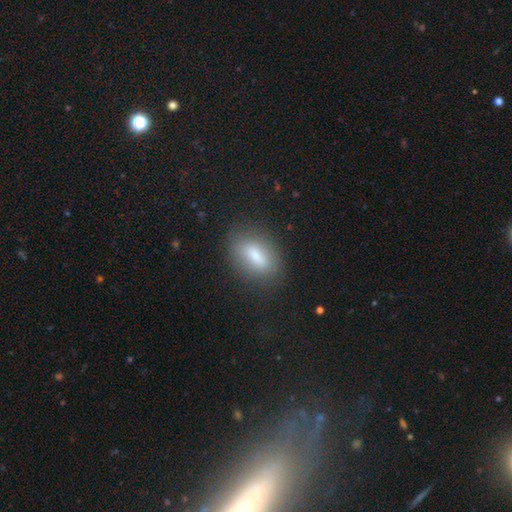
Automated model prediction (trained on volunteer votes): A smooth galaxy with no disk features (72%) that is in between round and cigar-shaped (80%). Merging: none (81%).